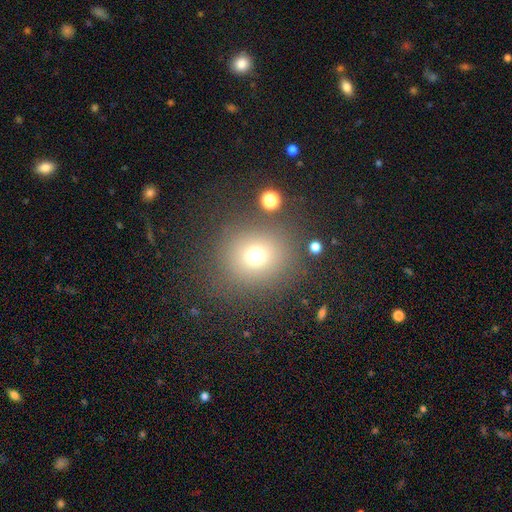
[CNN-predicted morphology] Smooth or featured?
  - smooth: 70% *
  - star or artifact: 19%
  - featured or disk: 11%
How rounded?
  - round: 86% *
  - in between: 13%
  - cigar-shaped: 1%
Merging?
  - none: 81% *
  - minor disturbance: 9%
  - major disturbance: 6%
  - merger: 4%